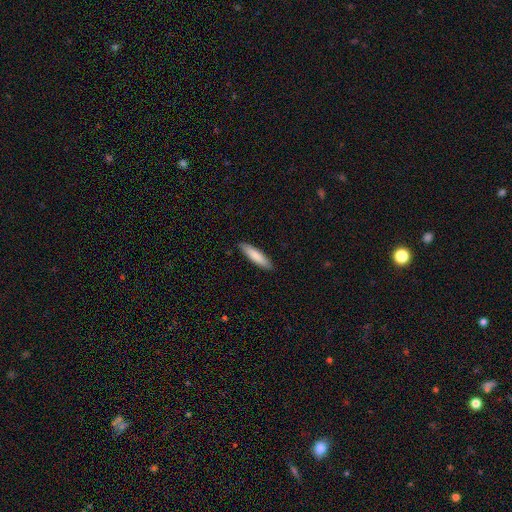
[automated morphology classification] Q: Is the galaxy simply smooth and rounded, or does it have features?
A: smooth — 84%.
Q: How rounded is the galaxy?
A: cigar-shaped — 77%.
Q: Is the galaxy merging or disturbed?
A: none — 90%.